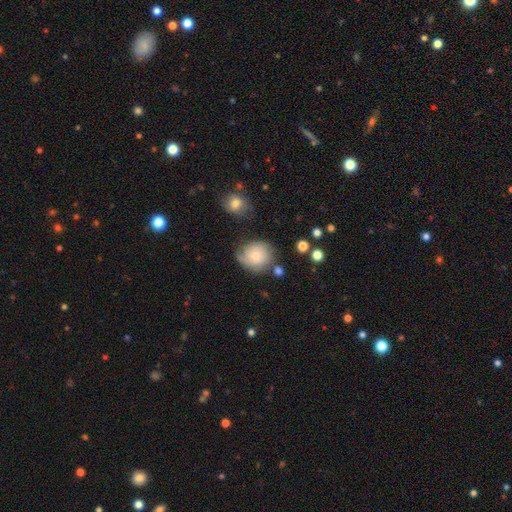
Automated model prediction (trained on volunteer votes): Smooth or featured? smooth (64%)
How rounded? round (77%)
Merging? none (55%)